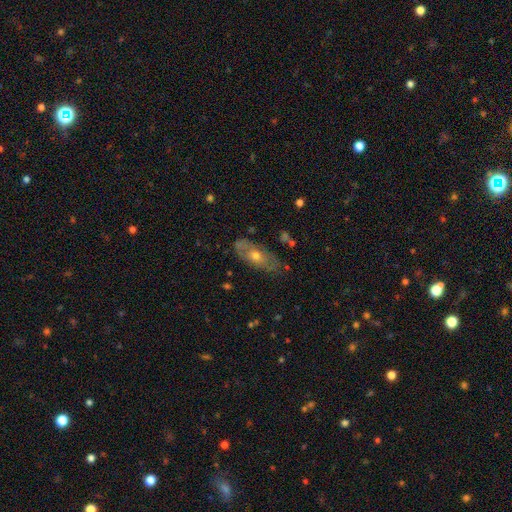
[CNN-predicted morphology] A featured or disk galaxy (57%). Merging: none (71%).